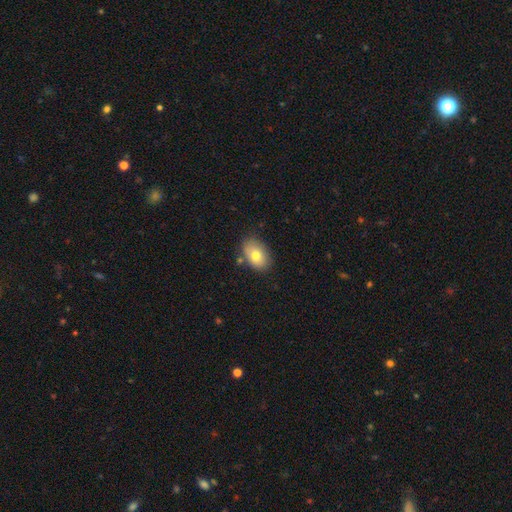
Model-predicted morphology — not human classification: A smooth galaxy with no disk features (75%) that is in between round and cigar-shaped (84%).

Vote fractions:
- Smooth or featured? smooth: 75% / featured or disk: 16% / star or artifact: 8%
- How rounded? in between: 84% / round: 15% / cigar-shaped: 1%
- Merging? none: 77% / minor disturbance: 15% / merger: 4% / major disturbance: 3%